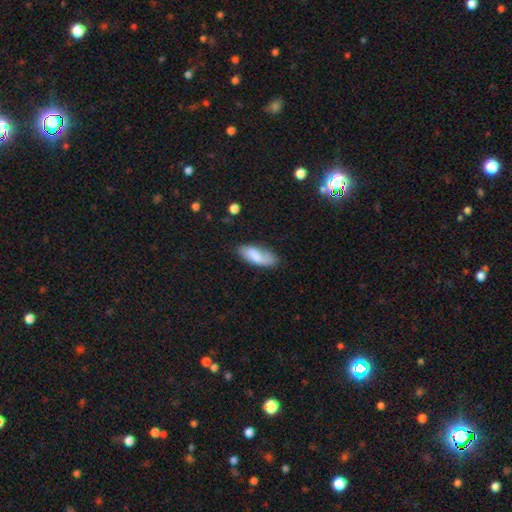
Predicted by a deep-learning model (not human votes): This is likely a smooth galaxy (75%). How rounded: clearly in between (81%). Merging: likely none (64%).